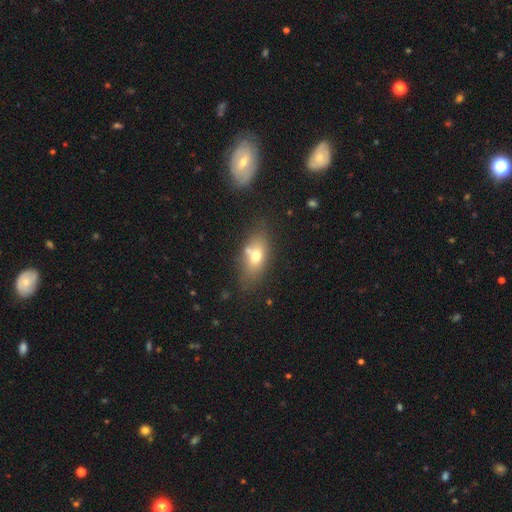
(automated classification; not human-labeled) smooth_or_featured: smooth (p=0.65) [alt: featured or disk p=0.24]
how_rounded: in between (p=0.79) [alt: round p=0.12]
merging: none (p=0.62) [alt: merger p=0.16]